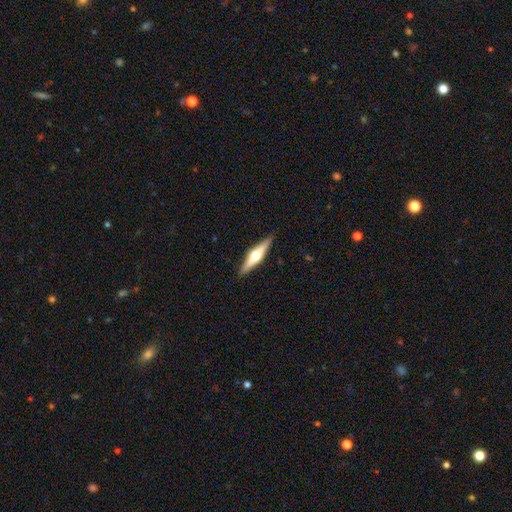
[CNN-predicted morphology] This is likely a featured or disk galaxy (69%). It is clearly viewed edge-on (97%). Edge-on bulge: clearly rounded (94%). Merging: clearly none (90%).